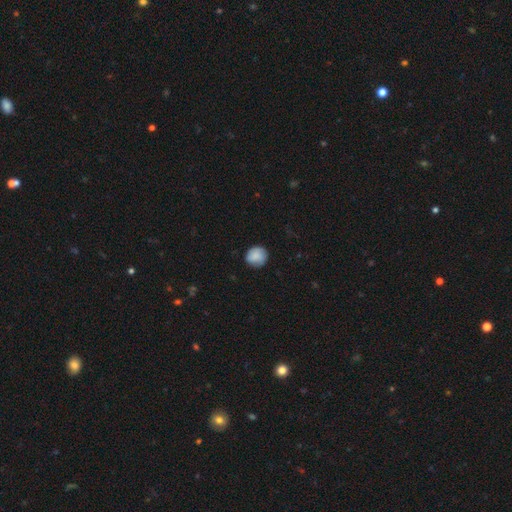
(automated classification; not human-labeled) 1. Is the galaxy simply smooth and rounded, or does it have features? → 82% smooth, 11% featured or disk, 7% star or artifact.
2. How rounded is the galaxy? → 85% round, 14% in between, 1% cigar-shaped.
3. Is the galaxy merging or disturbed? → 81% none, 15% minor disturbance, 3% major disturbance, 1% merger.